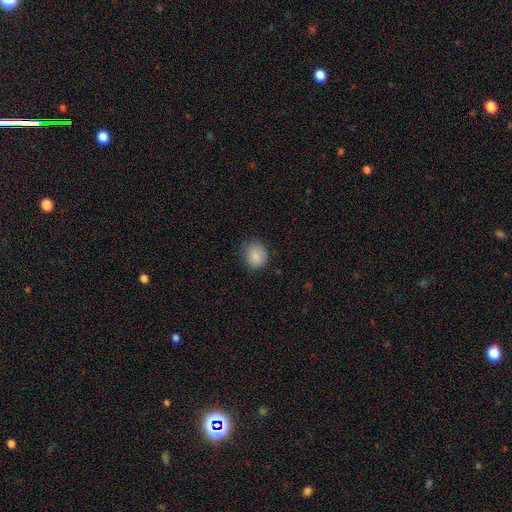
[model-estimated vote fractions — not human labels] Smooth or featured: smooth — 86% (star or artifact — 8%)
How rounded: round — 67% (in between — 32%)
Merging: none — 79% (minor disturbance — 16%)